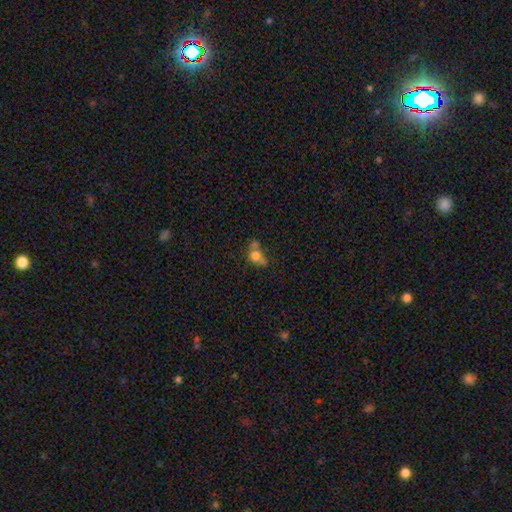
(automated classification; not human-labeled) Morphology: type=smooth (65%); roundness=round (52%); merging=merger (32%, tied with none).